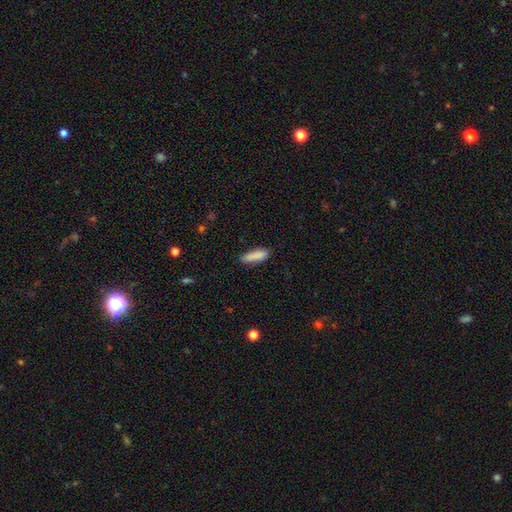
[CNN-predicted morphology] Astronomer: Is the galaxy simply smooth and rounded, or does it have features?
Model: smooth — 87%.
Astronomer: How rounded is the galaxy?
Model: cigar-shaped — 58% (runner-up: in between, 40%).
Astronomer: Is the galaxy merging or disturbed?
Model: none — 80%.